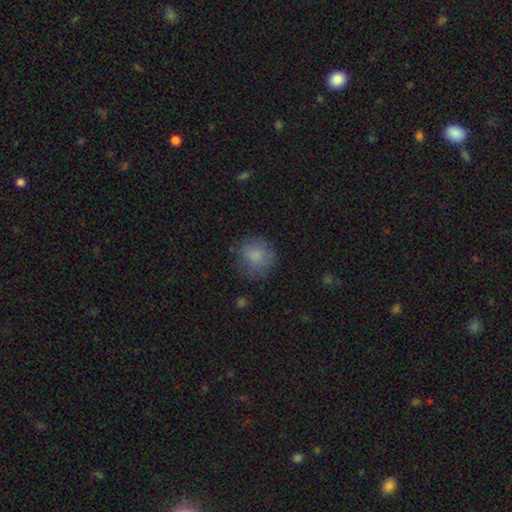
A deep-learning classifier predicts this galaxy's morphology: The model was most divided on "merging": none: 76%, minor disturbance: 17%, major disturbance: 6%, merger: 1%. More confident: how rounded — round (88%); smooth or featured — smooth (82%).